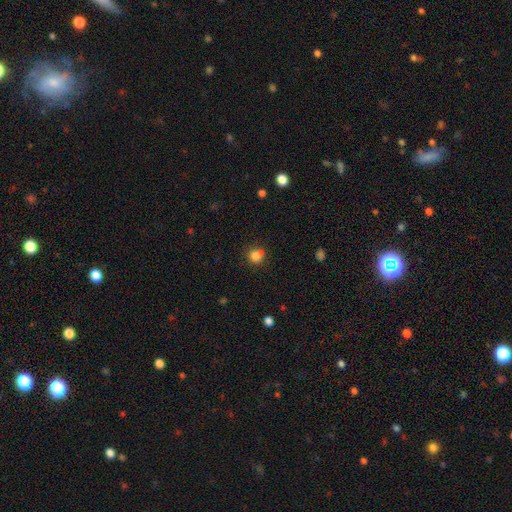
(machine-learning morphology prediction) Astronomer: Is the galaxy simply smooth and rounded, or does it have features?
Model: smooth — 83%.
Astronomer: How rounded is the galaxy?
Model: round — 88%.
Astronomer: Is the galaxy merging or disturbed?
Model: none — 74%.